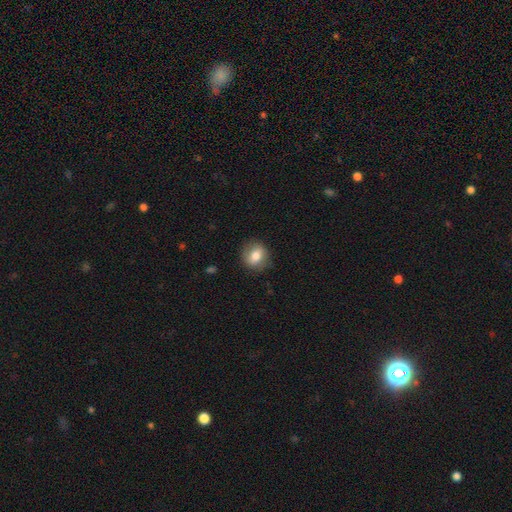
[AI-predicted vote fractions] Overall: smooth (74%). How rounded: round (70%). Merging: none (83%).